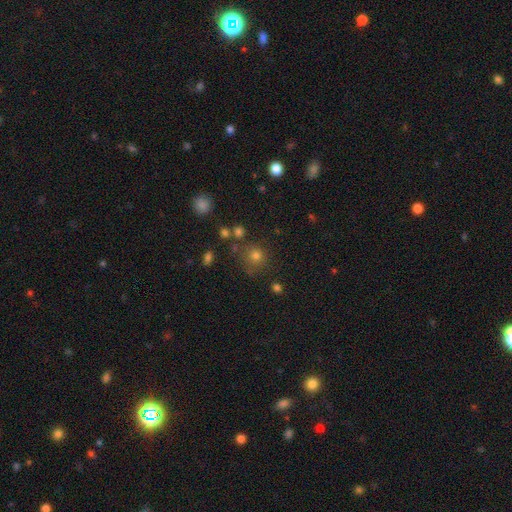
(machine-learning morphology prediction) A smooth galaxy with no disk features (70%) that is round (90%).

Vote fractions:
- Smooth or featured? smooth: 70% / star or artifact: 22% / featured or disk: 8%
- How rounded? round: 90% / in between: 9% / cigar-shaped: 1%
- Merging? none: 77% / minor disturbance: 11% / merger: 7% / major disturbance: 5%